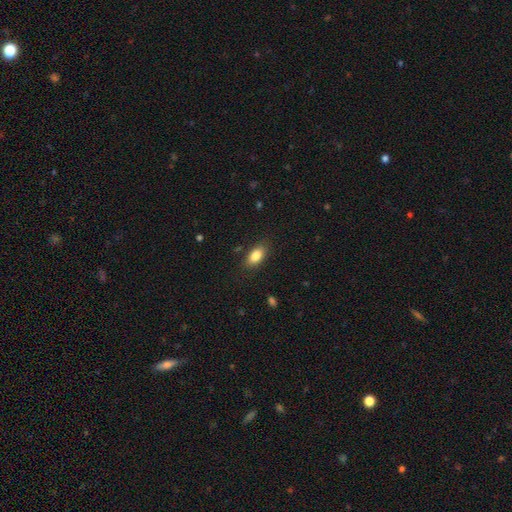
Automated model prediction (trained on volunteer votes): A smooth galaxy with no disk features (84%) that is in between round and cigar-shaped (88%). Merging: none (83%).